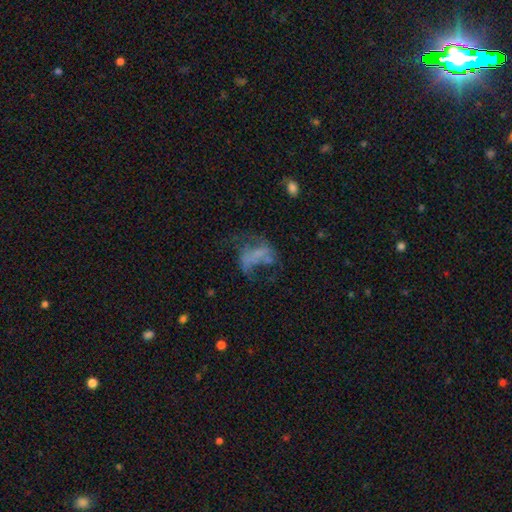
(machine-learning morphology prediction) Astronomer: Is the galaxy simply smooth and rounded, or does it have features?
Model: featured or disk — 53% (runner-up: smooth, 28%).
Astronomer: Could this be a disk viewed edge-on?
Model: no — 97%.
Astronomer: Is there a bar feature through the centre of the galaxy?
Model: no — 77%.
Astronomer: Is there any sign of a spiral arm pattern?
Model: no — 71%.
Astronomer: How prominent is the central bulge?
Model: none — 76%.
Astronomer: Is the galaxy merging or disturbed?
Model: major disturbance — 48% (runner-up: none, 27%).